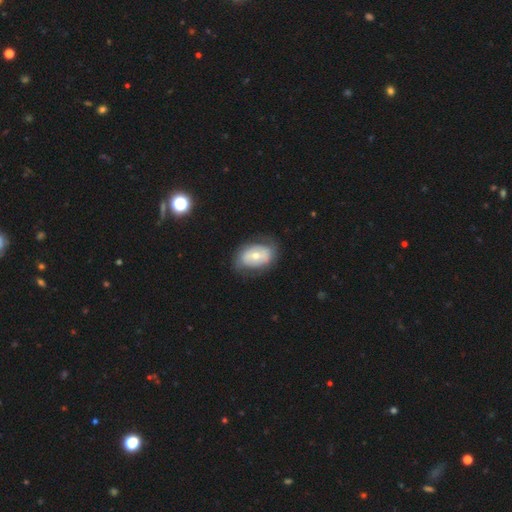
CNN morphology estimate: A featured or disk galaxy (47%, tied with smooth). Merging: none (66%).